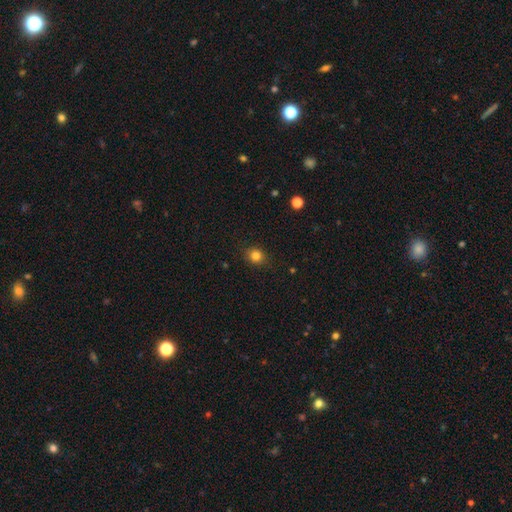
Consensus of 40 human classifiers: This appears to be a smooth galaxy with no disk features (85%) that is round (74%). Merging: none (89%).